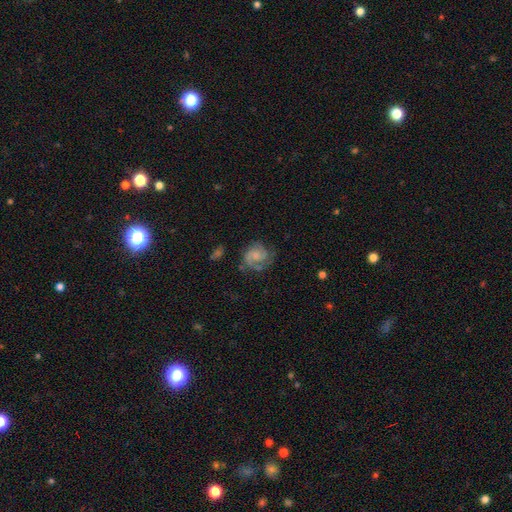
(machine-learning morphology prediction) Smooth or featured: featured or disk — 74% (smooth — 19%)
Edge-on disk: no — 98% (yes — 2%)
Bar: no — 66% (weak — 30%)
Spiral arms: yes — 95% (no — 5%)
Spiral winding: medium — 43% (tied with tight — 43%)
Spiral arm count: 2 — 56% (3 — 17%)
Bulge size: small — 41% (none — 31%)
Merging: none — 65% (minor disturbance — 20%)